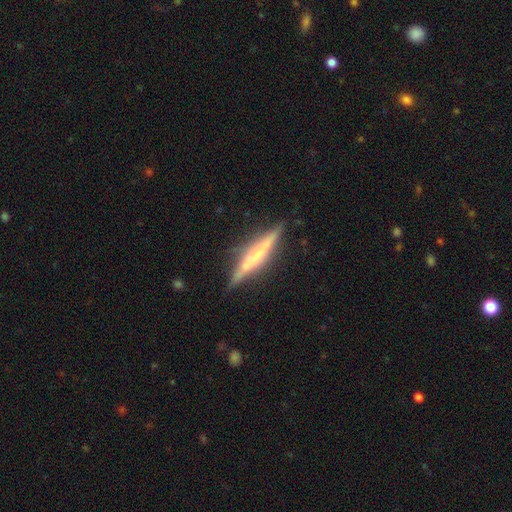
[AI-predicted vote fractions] Morphology: type=featured or disk (66%); edge-on=yes (96%); edge-on bulge=rounded (38%); merging=none (83%).